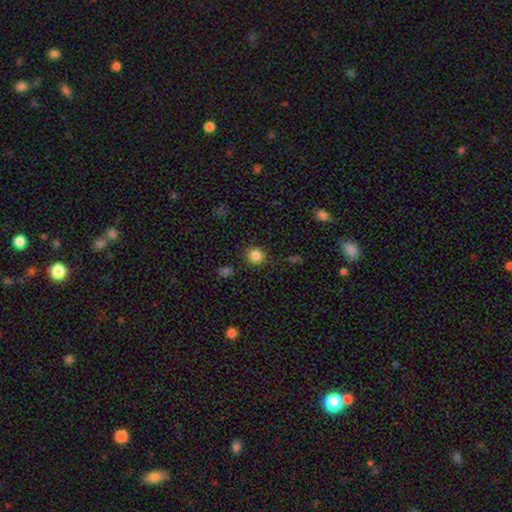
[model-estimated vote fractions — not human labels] The model was most divided on "smooth or featured": smooth: 85%, star or artifact: 11%, featured or disk: 4%. More confident: how rounded — round (91%); merging — none (88%).